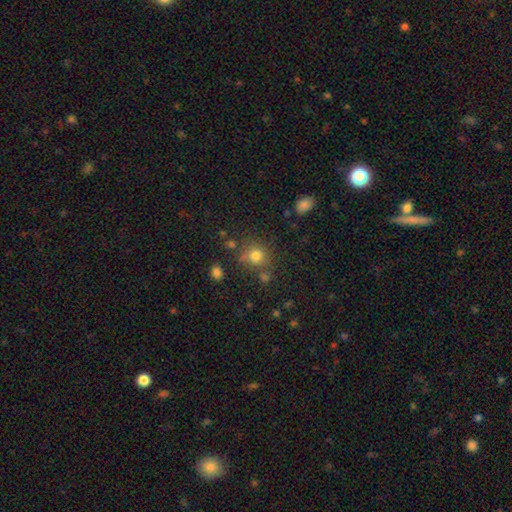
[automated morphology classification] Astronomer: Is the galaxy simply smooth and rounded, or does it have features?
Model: smooth — 76%.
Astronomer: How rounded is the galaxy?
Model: round — 86%.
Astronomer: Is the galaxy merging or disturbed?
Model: none — 71%.